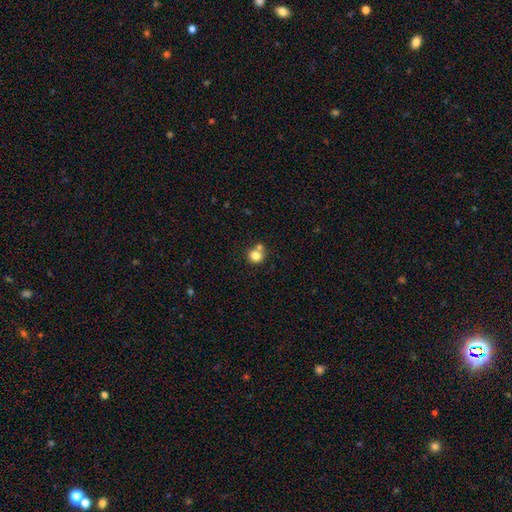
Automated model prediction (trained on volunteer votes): Smooth or featured?
  - smooth: 80% *
  - star or artifact: 11%
  - featured or disk: 9%
How rounded?
  - round: 88% *
  - in between: 11%
  - cigar-shaped: 1%
Merging?
  - none: 57% *
  - merger: 31%
  - minor disturbance: 9%
  - major disturbance: 3%